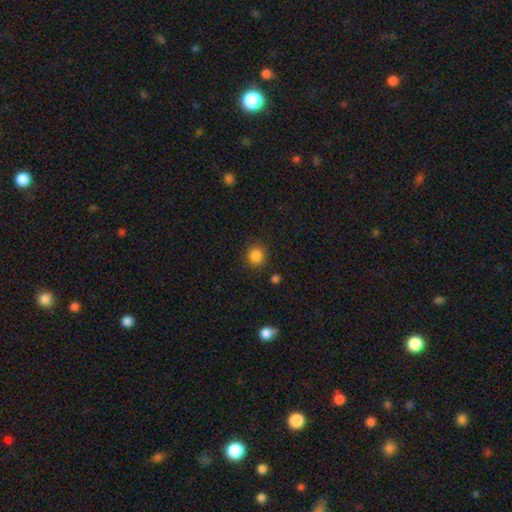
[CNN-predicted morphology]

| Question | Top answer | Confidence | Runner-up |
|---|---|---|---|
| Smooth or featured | smooth | 85% | star or artifact (12%) |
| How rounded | round | 88% | in between (11%) |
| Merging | none | 86% | minor disturbance (9%) |